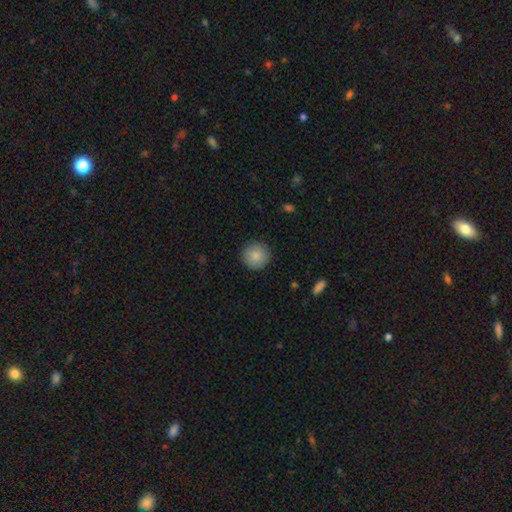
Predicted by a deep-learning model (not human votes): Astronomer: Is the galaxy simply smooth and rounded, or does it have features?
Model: smooth — 86%.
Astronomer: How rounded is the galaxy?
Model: round — 94%.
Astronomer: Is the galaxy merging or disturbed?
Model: none — 90%.